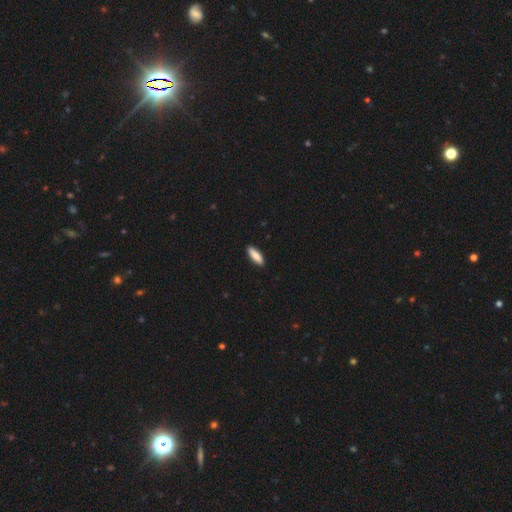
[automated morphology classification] type=smooth (85%); roundness=cigar-shaped (50%); merging=none (90%).